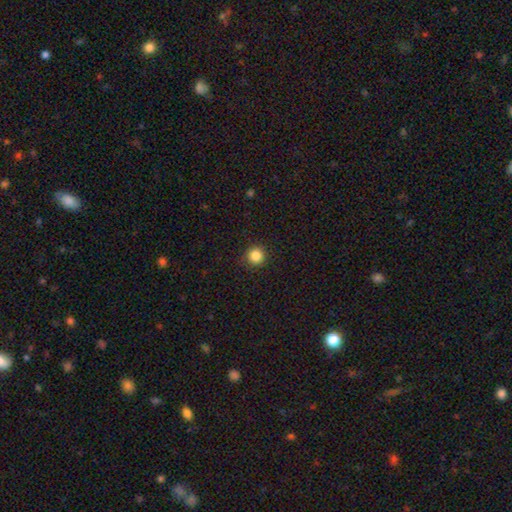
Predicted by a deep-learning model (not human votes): A smooth galaxy with no disk features (85%) that is round (95%).

Vote fractions:
- Smooth or featured? smooth: 85% / star or artifact: 11% / featured or disk: 4%
- How rounded? round: 95% / in between: 4% / cigar-shaped: 1%
- Merging? none: 91% / minor disturbance: 6% / major disturbance: 2% / merger: 1%